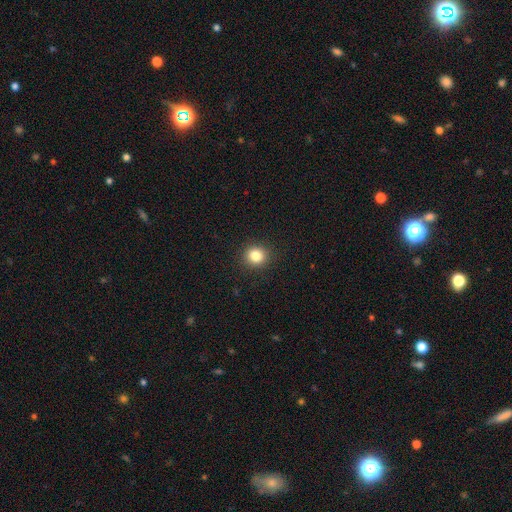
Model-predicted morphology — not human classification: Overall: smooth (83%). How rounded: round (86%). Merging: none (91%).